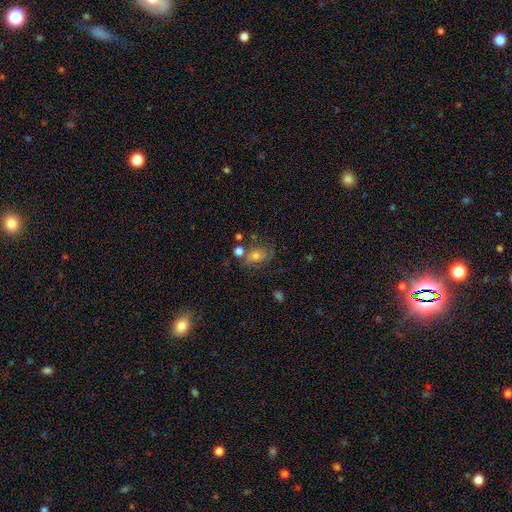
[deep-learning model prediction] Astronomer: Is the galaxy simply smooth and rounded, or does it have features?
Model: smooth — 54% (runner-up: featured or disk, 30%).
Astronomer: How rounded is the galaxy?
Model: in between — 64%.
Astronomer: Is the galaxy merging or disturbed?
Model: none — 52%.